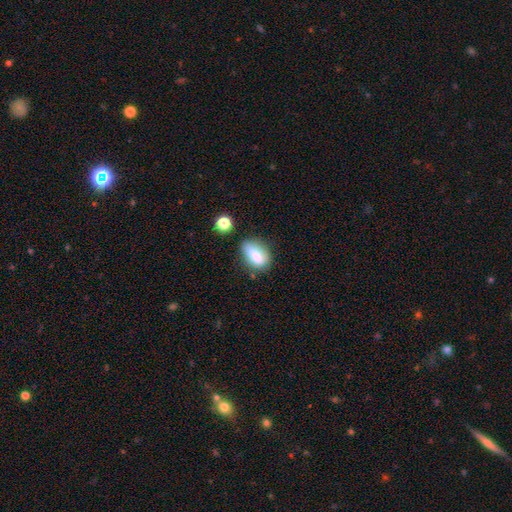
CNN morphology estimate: The model was most divided on "merging": none: 60%, minor disturbance: 25%, merger: 8%, major disturbance: 7%. More confident: how rounded — in between (86%); smooth or featured — smooth (81%).